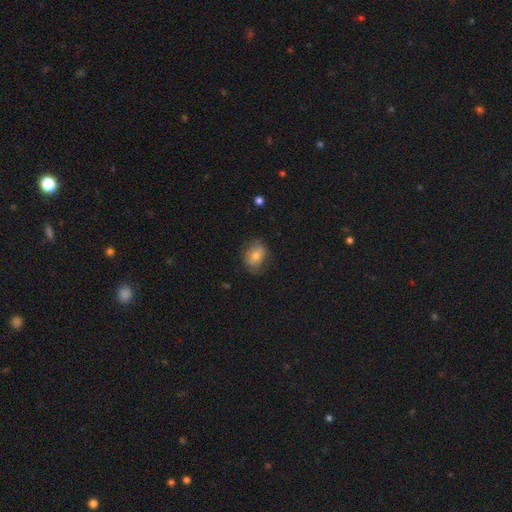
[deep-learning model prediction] smooth 70%, featured or disk 20%, star or artifact 9%. Down the decision tree: how rounded — in between (57%); merging — none (73%).